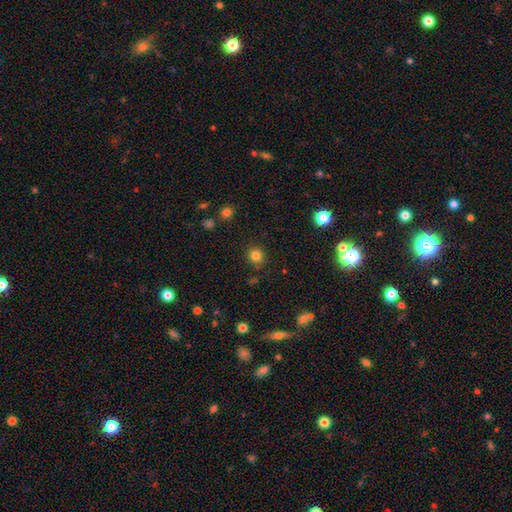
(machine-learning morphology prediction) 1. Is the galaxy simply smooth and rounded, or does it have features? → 81% smooth, 13% star or artifact, 5% featured or disk.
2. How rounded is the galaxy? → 91% round, 8% in between, 1% cigar-shaped.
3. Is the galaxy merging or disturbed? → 87% none, 8% minor disturbance, 3% major disturbance, 2% merger.